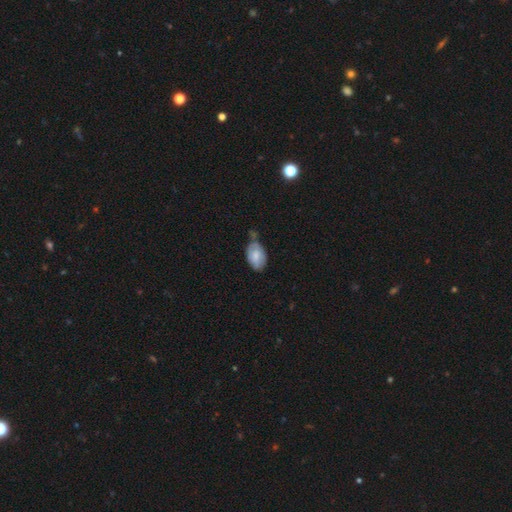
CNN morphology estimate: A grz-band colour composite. It shows a smooth galaxy with no disk features (68%) that is in between round and cigar-shaped (91%). Merging: none (42%).